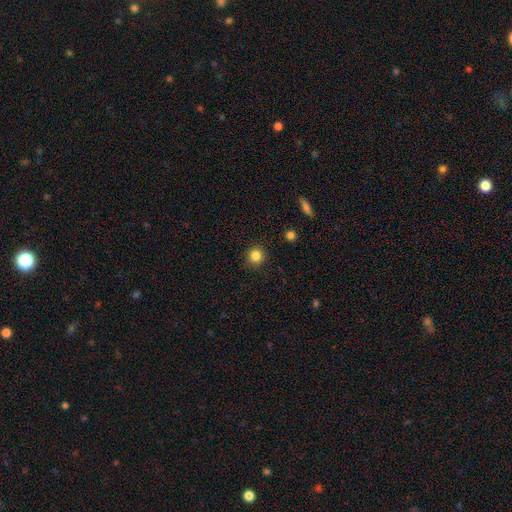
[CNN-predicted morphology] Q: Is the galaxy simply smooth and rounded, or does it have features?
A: smooth — 84%.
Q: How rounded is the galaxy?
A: round — 92%.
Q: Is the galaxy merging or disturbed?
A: none — 89%.